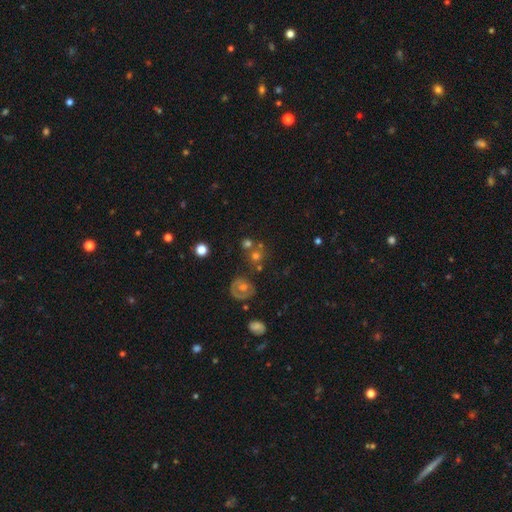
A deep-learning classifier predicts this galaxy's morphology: smooth_or_featured: smooth (p=0.49) [alt: star or artifact p=0.26]
merging: none (p=0.57) [alt: merger p=0.27]